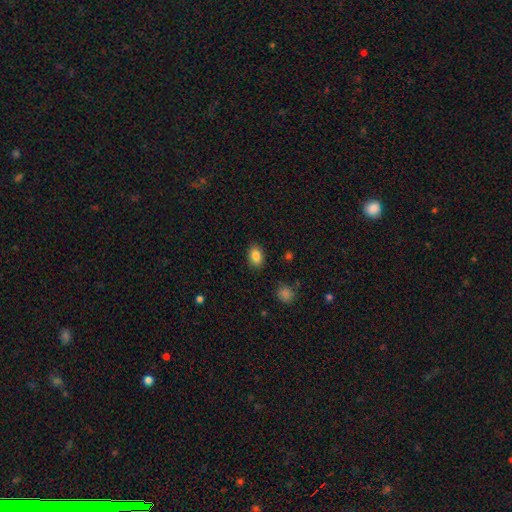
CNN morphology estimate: This is clearly a smooth galaxy (86%). How rounded: clearly in between (80%). Merging: clearly none (86%).